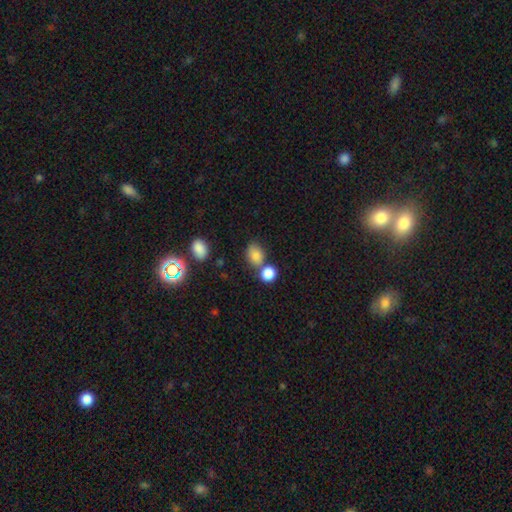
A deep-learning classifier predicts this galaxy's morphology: smooth 83%, star or artifact 11%, featured or disk 6%. Down the decision tree: how rounded — in between (62%); merging — none (55%).